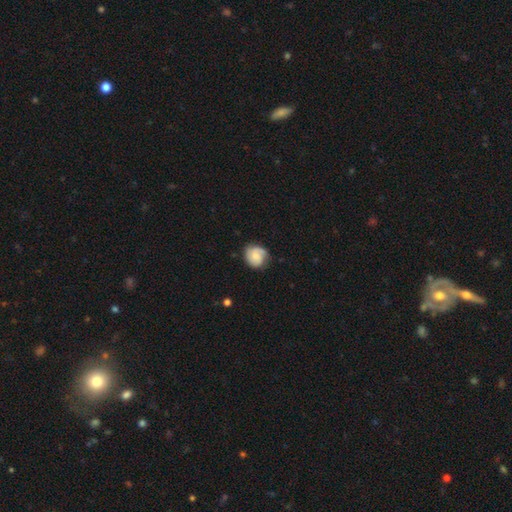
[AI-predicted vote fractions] Morphology: type=smooth (48%); merging=none (69%).